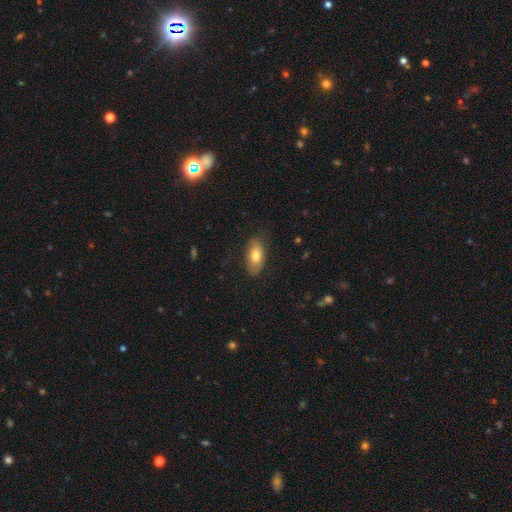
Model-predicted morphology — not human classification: Smooth or featured? Predicted: smooth (p=0.75). How rounded? Predicted: in between (p=0.89). Merging? Predicted: none (p=0.80).